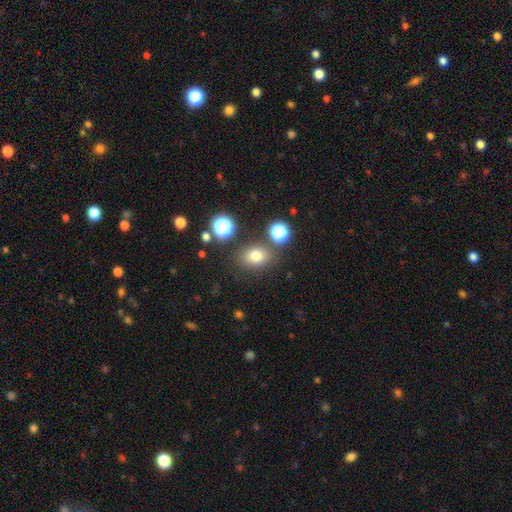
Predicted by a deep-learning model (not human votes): Q: Smooth or featured?
A: smooth (74%); runner-up: star or artifact (17%)
Q: How rounded?
A: in between (55%); runner-up: round (43%)
Q: Merging?
A: none (78%); runner-up: minor disturbance (11%)